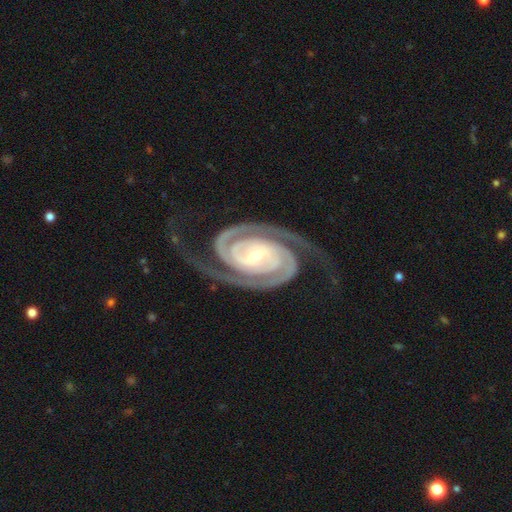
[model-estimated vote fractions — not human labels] Overall: featured or disk (95%). Edge-on disk: no (98%). Bar: strong (38%; no 32%). Spiral arms: yes (99%). Spiral arm count: 2 (93%). Spiral winding: tight (69%). Bulge size: small (64%; moderate 30%). Merging: none (78%).